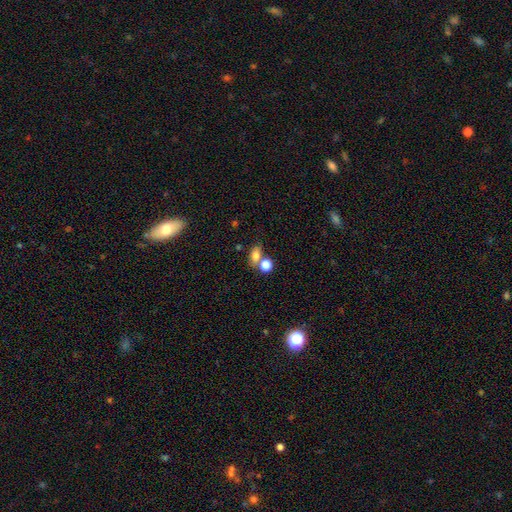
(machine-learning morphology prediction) Smooth or featured? Predicted: smooth (p=0.77). How rounded? Predicted: in between (p=0.72). Merging? Predicted: none (p=0.49).